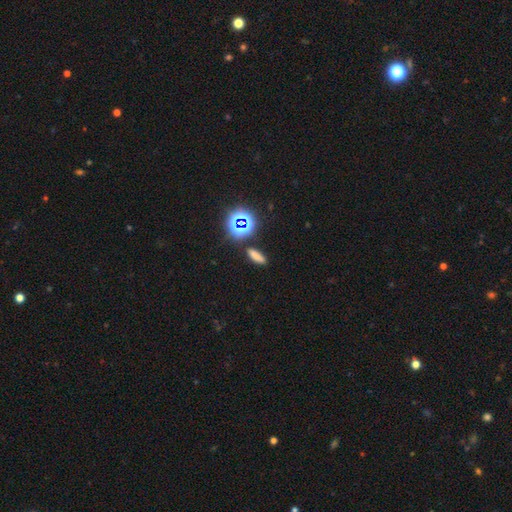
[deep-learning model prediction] The model was most divided on "how rounded": cigar-shaped: 52%, in between: 40%, round: 8%. More confident: merging — none (83%); smooth or featured — smooth (69%).